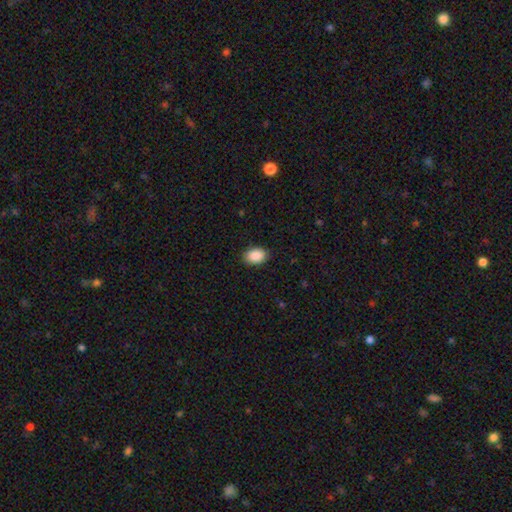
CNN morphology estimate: Q: Smooth or featured?
A: smooth (90%); runner-up: star or artifact (7%)
Q: How rounded?
A: in between (83%); runner-up: round (16%)
Q: Merging?
A: none (88%); runner-up: minor disturbance (9%)